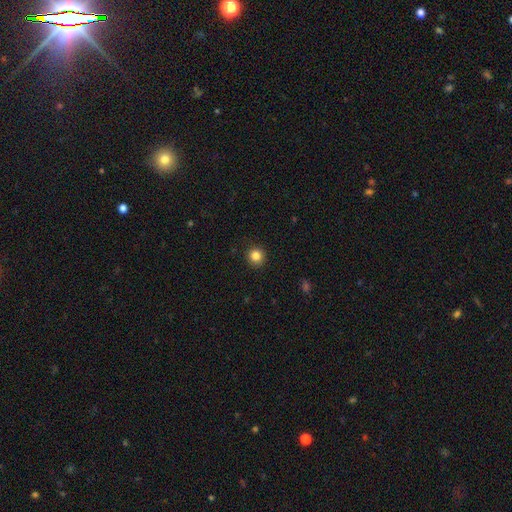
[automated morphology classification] A smooth galaxy with no disk features (84%) that is round (92%).

Vote fractions:
- Smooth or featured? smooth: 84% / star or artifact: 11% / featured or disk: 4%
- How rounded? round: 92% / in between: 7% / cigar-shaped: 1%
- Merging? none: 91% / minor disturbance: 6% / major disturbance: 2% / merger: 1%